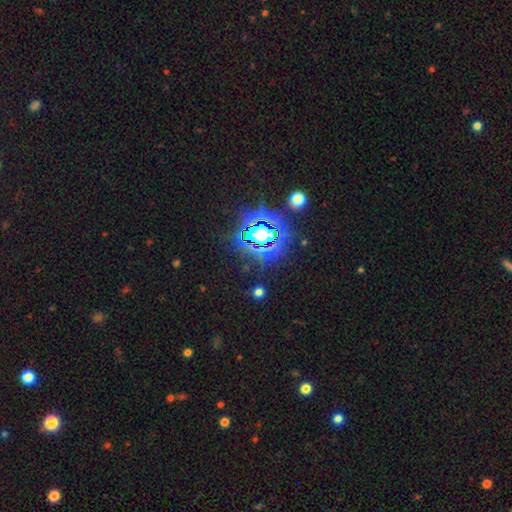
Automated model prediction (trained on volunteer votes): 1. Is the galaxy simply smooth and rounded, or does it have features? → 82% star or artifact, 11% smooth, 7% featured or disk.